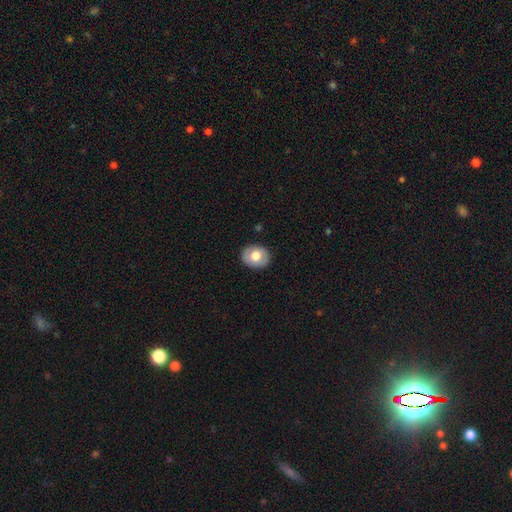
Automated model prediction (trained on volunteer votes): Smooth or featured?
  - smooth: 70% *
  - featured or disk: 23%
  - star or artifact: 7%
How rounded?
  - round: 58% *
  - in between: 41%
  - cigar-shaped: 1%
Merging?
  - none: 88% *
  - minor disturbance: 9%
  - major disturbance: 2%
  - merger: 1%